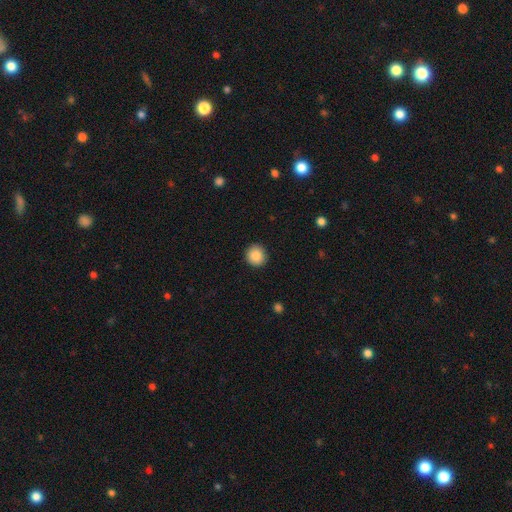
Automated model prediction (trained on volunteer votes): A smooth galaxy with no disk features (89%) that is round (92%). Merging: none (91%).